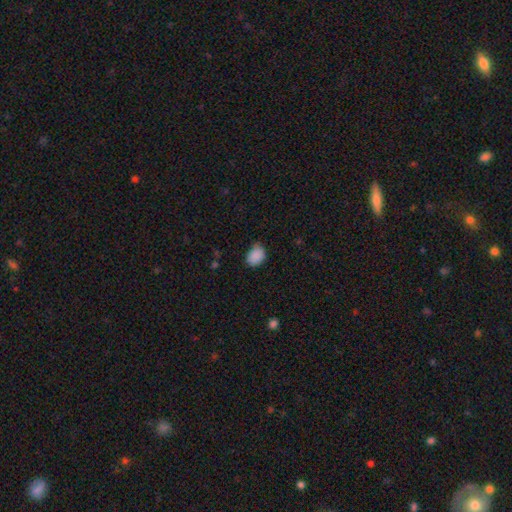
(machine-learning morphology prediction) Smooth or featured: smooth — 88% (star or artifact — 8%)
How rounded: in between — 63% (round — 36%)
Merging: none — 64% (minor disturbance — 29%)